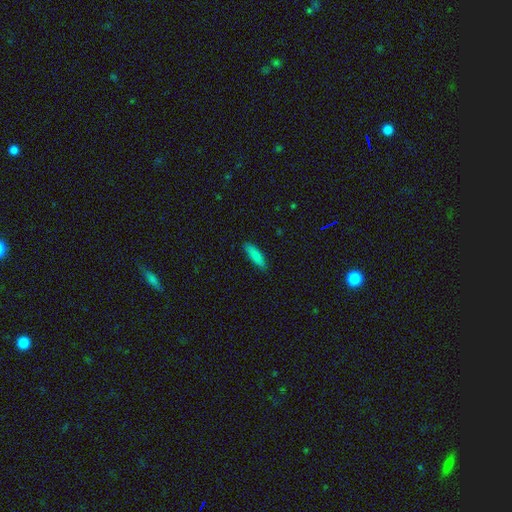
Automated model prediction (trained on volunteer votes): Morphology: type=smooth (86%); roundness=cigar-shaped (67%); merging=none (88%).